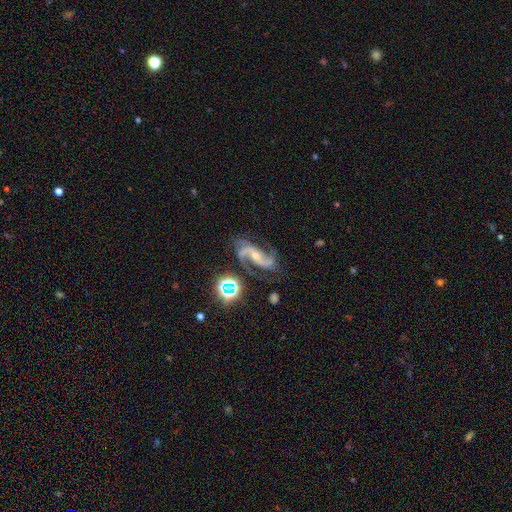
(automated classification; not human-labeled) A featured or disk galaxy (87%) with no bar (41%), 2 (86%) medium (51%) spiral arms (98%) and a small central bulge (60%). Merging: none (70%).